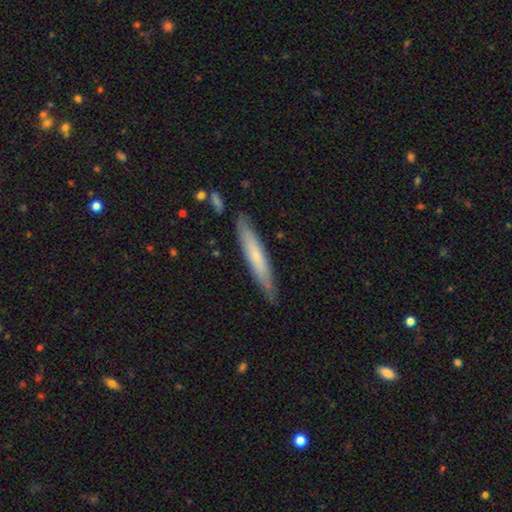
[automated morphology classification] Smooth or featured: smooth — 59% (featured or disk — 36%)
How rounded: cigar-shaped — 93% (in between — 6%)
Merging: none — 83% (minor disturbance — 13%)